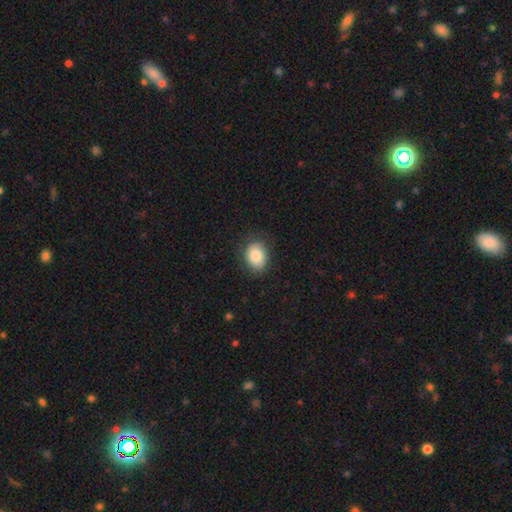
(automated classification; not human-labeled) This appears to be a smooth galaxy with no disk features (85%) that is in between round and cigar-shaped (67%). Merging: none (81%).